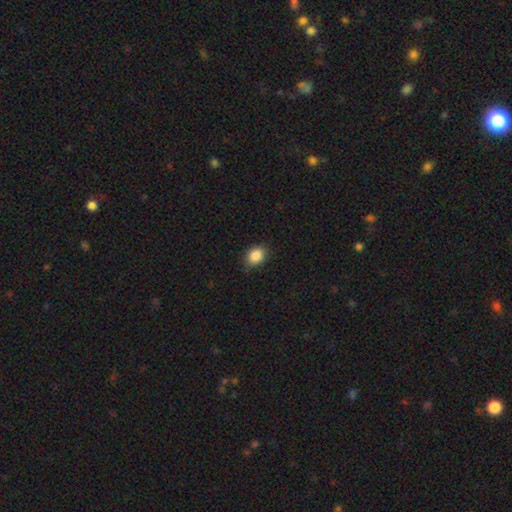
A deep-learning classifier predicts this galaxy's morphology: smooth_or_featured: smooth (p=0.87) [alt: star or artifact p=0.09]
how_rounded: in between (p=0.60) [alt: round p=0.39]
merging: none (p=0.83) [alt: minor disturbance p=0.13]